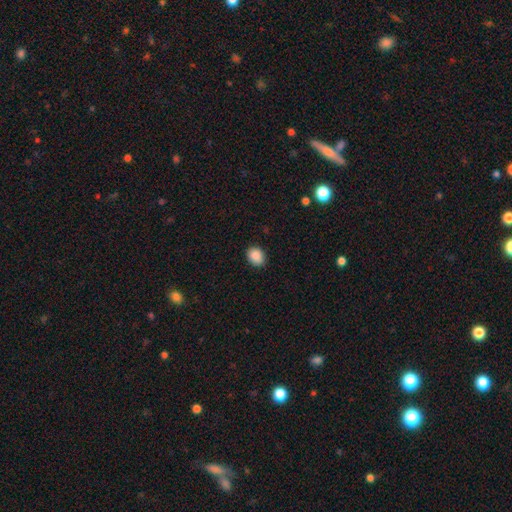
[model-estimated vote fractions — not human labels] Smooth or featured: smooth — 89% (star or artifact — 8%)
How rounded: in between — 56% (round — 43%)
Merging: none — 85% (minor disturbance — 12%)